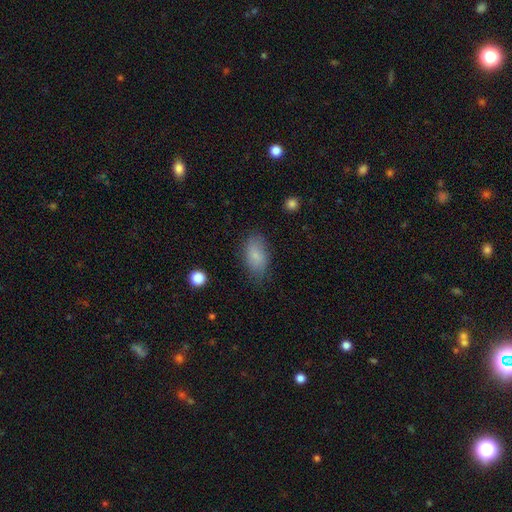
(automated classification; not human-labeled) A smooth galaxy with no disk features (82%) that is in between round and cigar-shaped (91%). Merging: none (75%).